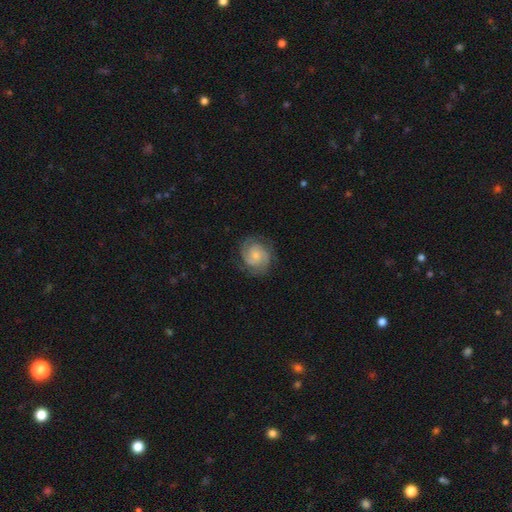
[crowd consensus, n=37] Overall: featured or disk (73%). Edge-on disk: no (100%). Bar: no (67%). Spiral arms: yes (93%). Spiral arm count: 2 (64%). Spiral winding: tight (56%; medium 36%). Bulge size: small (56%; moderate 33%). Merging: none (83%).